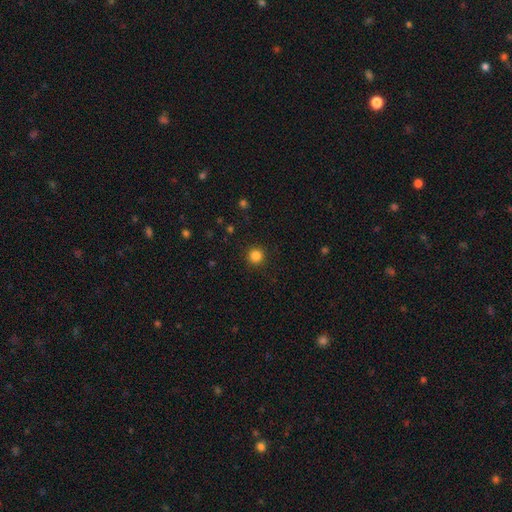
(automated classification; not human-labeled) Smooth or featured?
  - smooth: 85% *
  - star or artifact: 12%
  - featured or disk: 3%
How rounded?
  - round: 95% *
  - in between: 4%
  - cigar-shaped: 1%
Merging?
  - none: 92% *
  - minor disturbance: 5%
  - major disturbance: 2%
  - merger: 1%